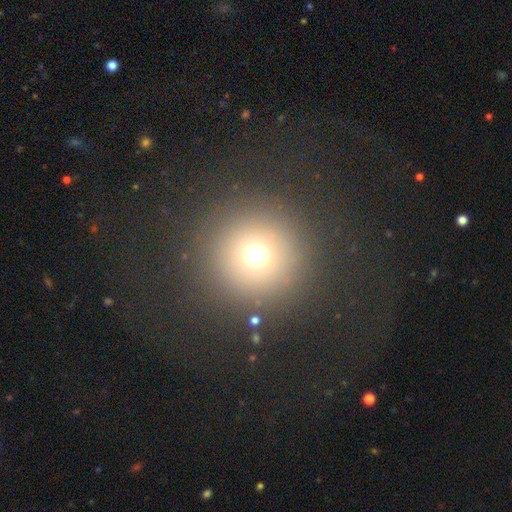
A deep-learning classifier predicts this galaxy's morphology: smooth 68%, star or artifact 23%, featured or disk 9%. Down the decision tree: how rounded — round (96%); merging — none (88%).